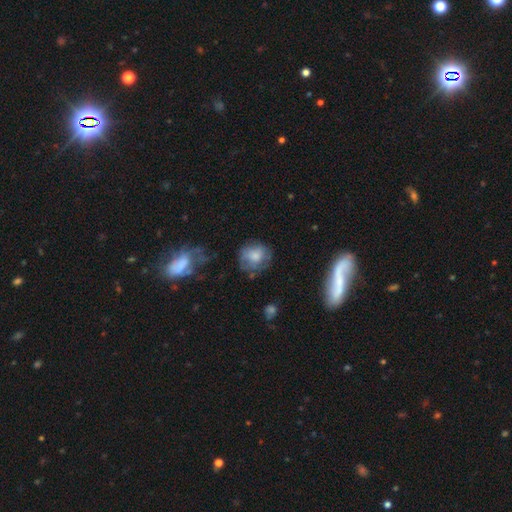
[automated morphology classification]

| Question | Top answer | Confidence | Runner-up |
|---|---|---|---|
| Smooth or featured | smooth | 56% | featured or disk (34%) |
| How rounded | round | 69% | in between (29%) |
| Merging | none | 60% | minor disturbance (23%) |